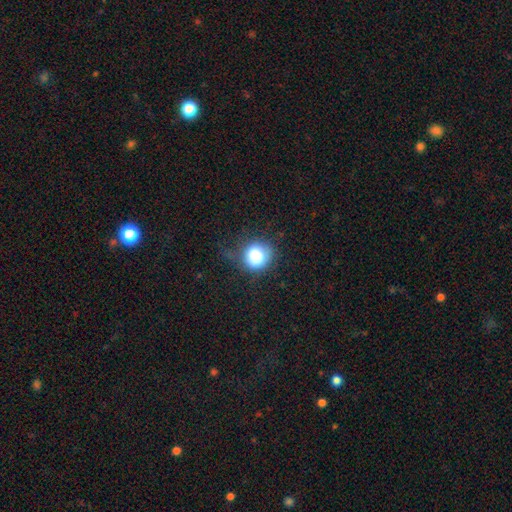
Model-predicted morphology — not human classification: smooth-or-featured: smooth: 82% | star or artifact: 10% | featured or disk: 8%
  how-rounded: round: 90% | in between: 9% | cigar-shaped: 1%
  merging: none: 68% | minor disturbance: 22% | major disturbance: 9% | merger: 2%